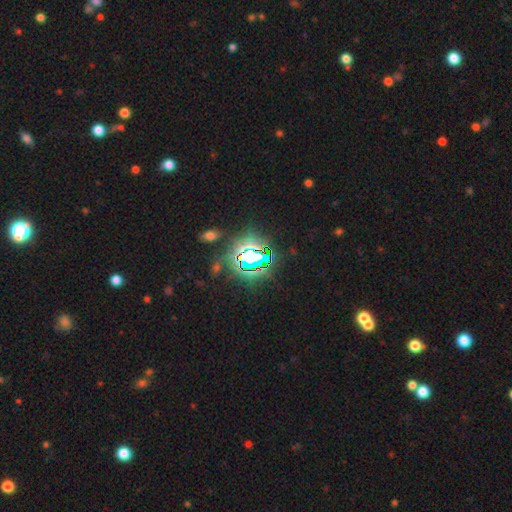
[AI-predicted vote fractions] The model was most divided on "smooth or featured": star or artifact: 83%, smooth: 10%, featured or disk: 7%.